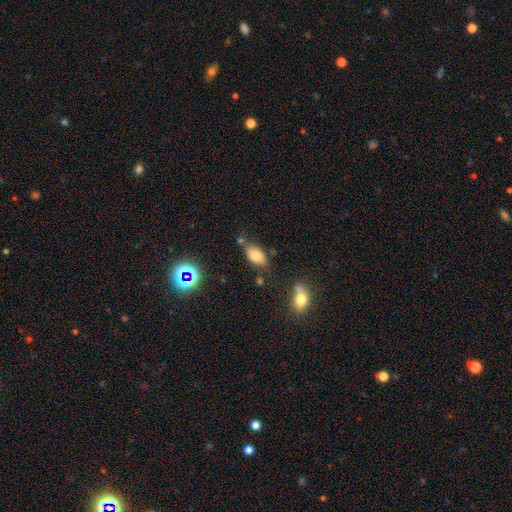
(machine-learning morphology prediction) Smooth or featured: smooth — 77% (star or artifact — 12%)
How rounded: in between — 90% (round — 8%)
Merging: none — 67% (minor disturbance — 18%)